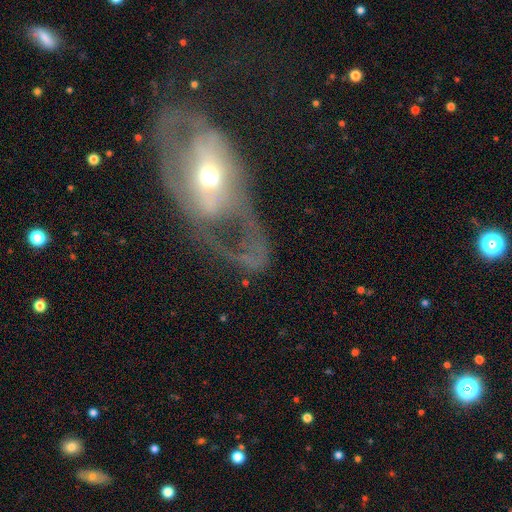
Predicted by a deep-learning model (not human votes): A featured or disk galaxy (64%) with no bar (53%), no spiral arms (57%) and a moderate central bulge (58%).

Vote fractions:
- Smooth or featured? featured or disk: 64% / smooth: 24% / star or artifact: 11%
- Edge-on disk? no: 89% / yes: 11%
- Bar? no: 53% / strong: 24% / weak: 23%
- Spiral arms? no: 57% / yes: 43%
- Bulge size? moderate: 58% / small: 31% / large: 7% / dominant: 2% / none: 2%
- Merging? major disturbance: 46% / none: 33% / minor disturbance: 13% / merger: 8%